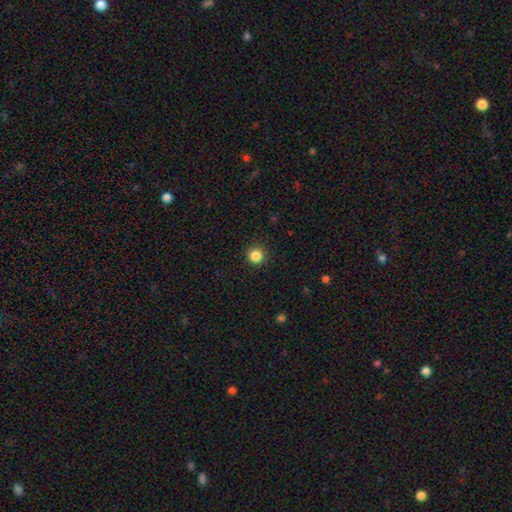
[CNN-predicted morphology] smooth_or_featured: smooth (p=0.86) [alt: star or artifact p=0.11]
how_rounded: round (p=0.95) [alt: in between p=0.04]
merging: none (p=0.93) [alt: minor disturbance p=0.05]